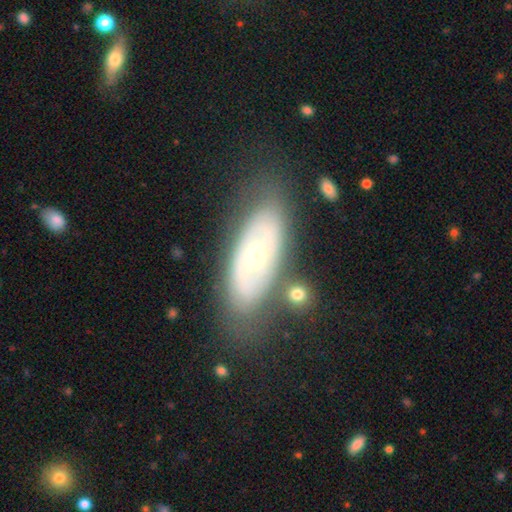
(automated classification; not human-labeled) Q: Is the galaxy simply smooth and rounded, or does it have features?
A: featured or disk — 67%.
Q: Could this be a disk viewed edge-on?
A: no — 87%.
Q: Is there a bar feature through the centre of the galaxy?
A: no — 84%.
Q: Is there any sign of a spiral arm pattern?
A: no — 66%.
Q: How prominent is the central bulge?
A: small — 49%.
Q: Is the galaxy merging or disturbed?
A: none — 75%.